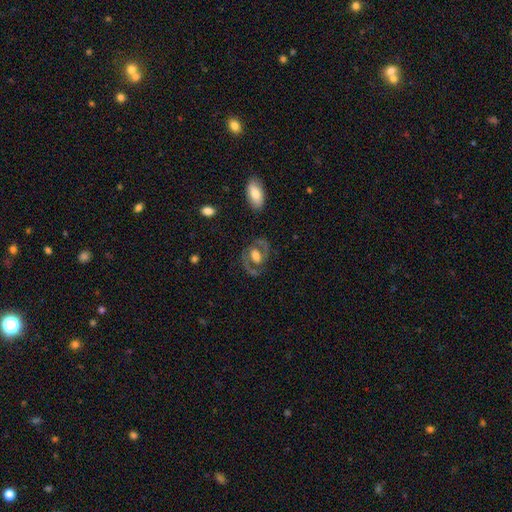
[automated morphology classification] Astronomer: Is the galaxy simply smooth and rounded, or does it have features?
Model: featured or disk — 66%.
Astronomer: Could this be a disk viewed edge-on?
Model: no — 95%.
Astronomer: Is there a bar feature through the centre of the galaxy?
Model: no — 48% (runner-up: weak, 33%).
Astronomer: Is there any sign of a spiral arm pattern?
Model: yes — 65%.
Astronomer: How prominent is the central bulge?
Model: moderate — 47% (runner-up: large, 37%).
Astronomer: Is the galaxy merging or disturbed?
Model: none — 72%.